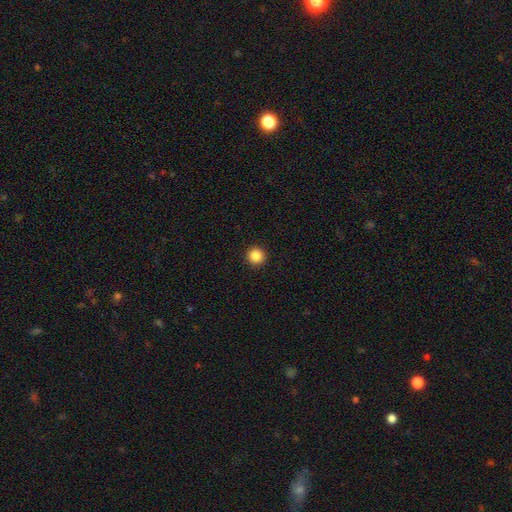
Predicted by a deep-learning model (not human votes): This is clearly a smooth galaxy (86%). How rounded: clearly round (95%). Merging: clearly none (93%).